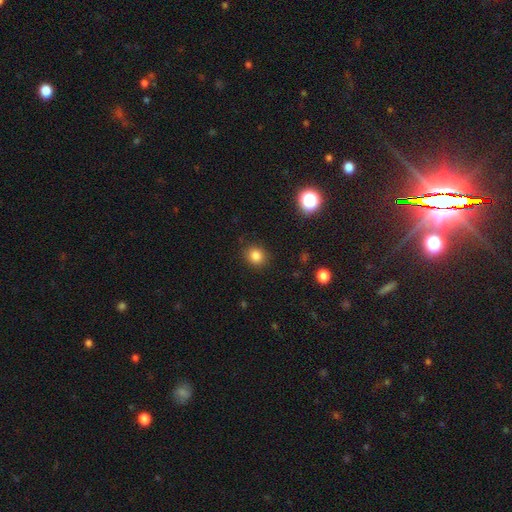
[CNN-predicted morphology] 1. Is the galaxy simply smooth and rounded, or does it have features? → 83% smooth, 12% star or artifact, 5% featured or disk.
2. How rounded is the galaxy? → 79% round, 21% in between, 1% cigar-shaped.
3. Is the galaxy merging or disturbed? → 89% none, 7% minor disturbance, 2% major disturbance, 1% merger.